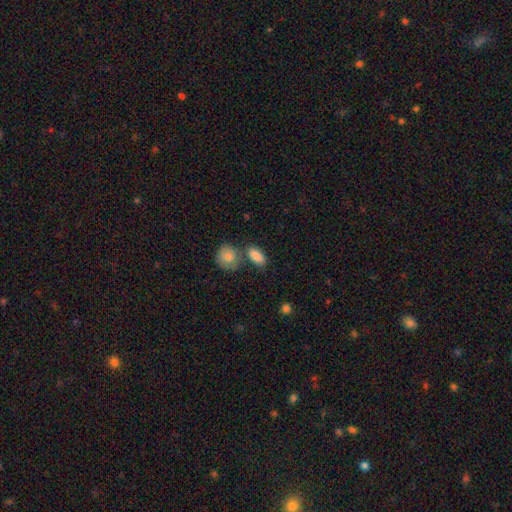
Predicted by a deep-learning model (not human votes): This appears to be a smooth galaxy with no disk features (87%) that is in between round and cigar-shaped (88%). Merging: none (61%).